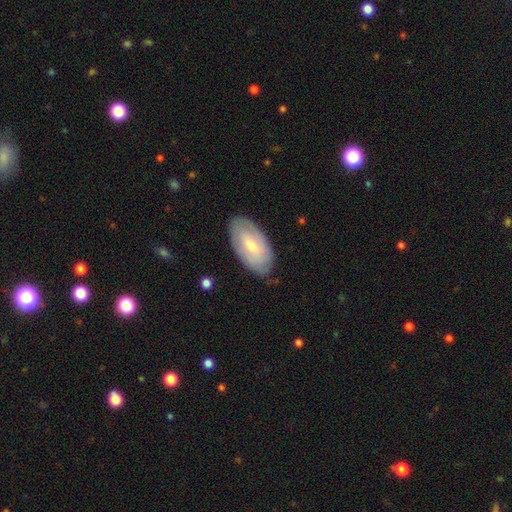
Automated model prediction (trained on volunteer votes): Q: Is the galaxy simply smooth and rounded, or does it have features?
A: smooth — 53%.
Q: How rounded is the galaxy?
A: in between — 94%.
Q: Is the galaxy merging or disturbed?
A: none — 77%.